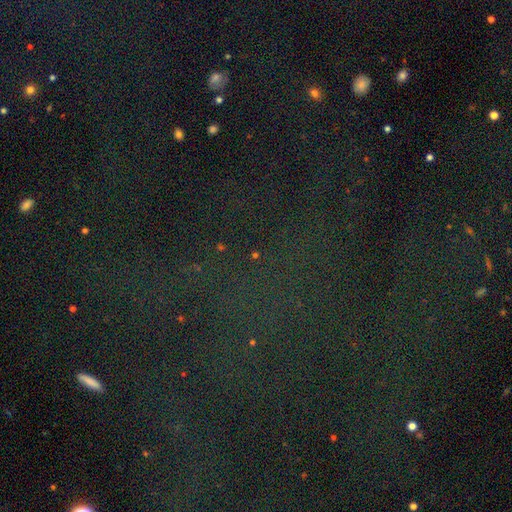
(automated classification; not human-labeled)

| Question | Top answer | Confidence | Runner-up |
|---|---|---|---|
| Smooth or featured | star or artifact | 75% | smooth (17%) |